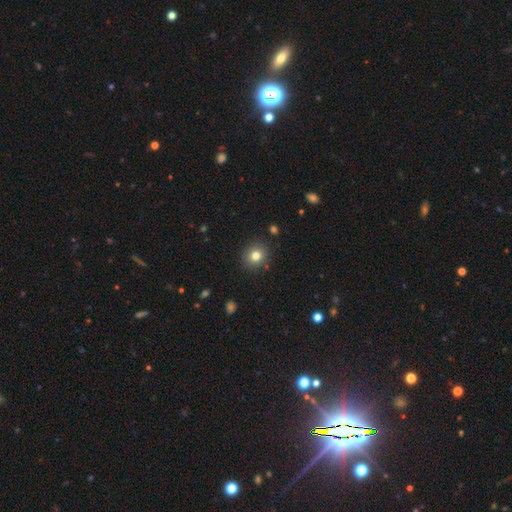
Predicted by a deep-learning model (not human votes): smooth 79%, star or artifact 13%, featured or disk 9%. Down the decision tree: how rounded — round (86%); merging — none (89%).